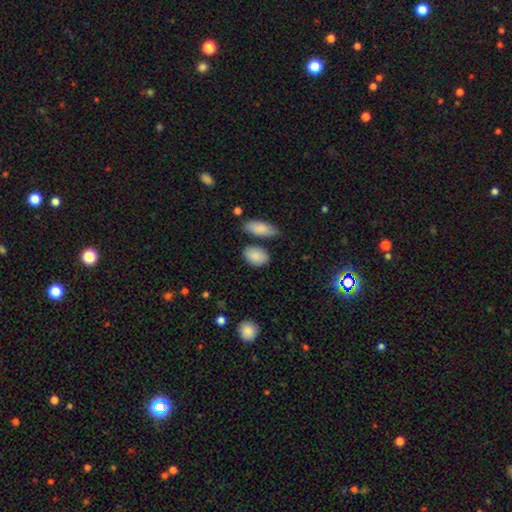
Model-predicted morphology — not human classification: type=smooth (88%); roundness=in between (86%); merging=none (72%).